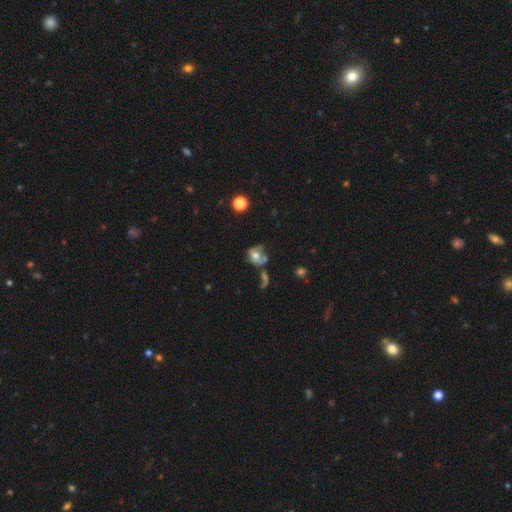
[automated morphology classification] This appears to be a smooth galaxy with no disk features (56%) that is round (56%). Merging: merger (35%).